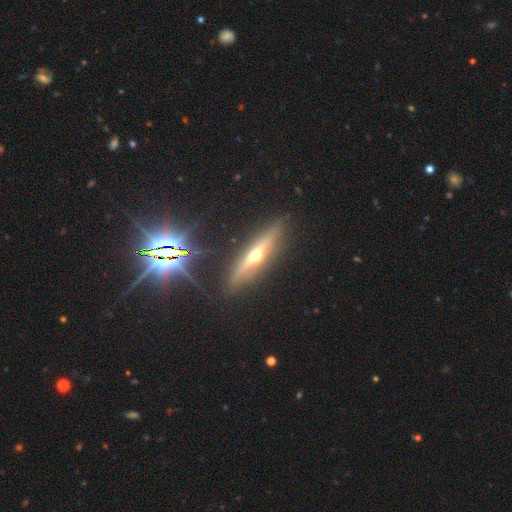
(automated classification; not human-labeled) A featured or disk galaxy (65%) viewed edge-on (91%) with a rounded central bulge (90%). Merging: none (85%).